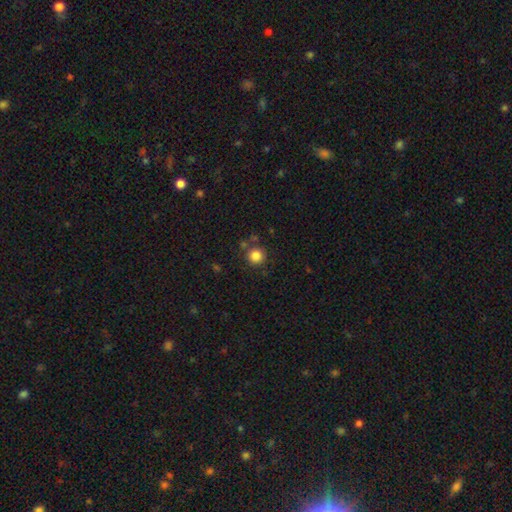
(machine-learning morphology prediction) Smooth or featured? Predicted: smooth (p=0.84). How rounded? Predicted: round (p=0.94). Merging? Predicted: none (p=0.82).